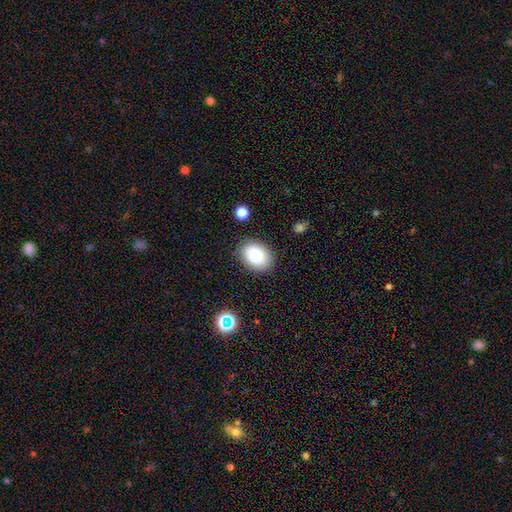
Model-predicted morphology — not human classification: A smooth galaxy with no disk features (82%) that is in between round and cigar-shaped (71%). Merging: none (85%).